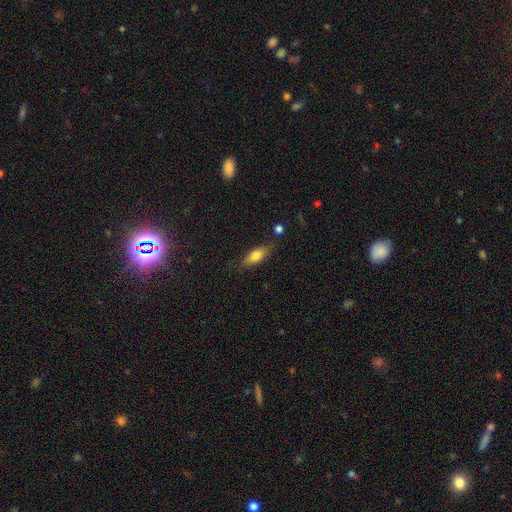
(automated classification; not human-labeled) smooth 73%, featured or disk 20%, star or artifact 7%. Down the decision tree: how rounded — in between (72%); merging — none (75%).